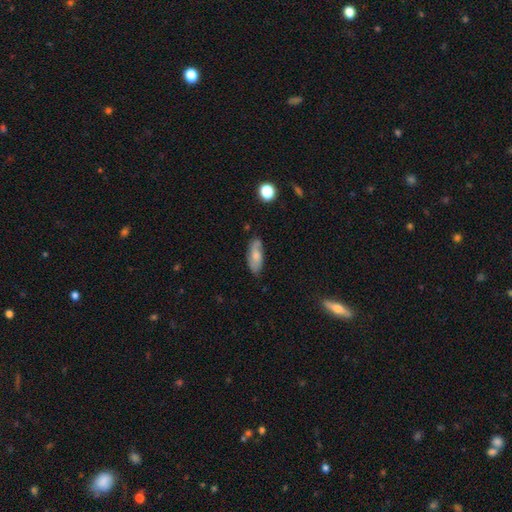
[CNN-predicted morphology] smooth_or_featured: smooth (p=0.62) [alt: featured or disk p=0.31]
how_rounded: in between (p=0.79) [alt: cigar-shaped p=0.18]
merging: none (p=0.73) [alt: minor disturbance p=0.21]